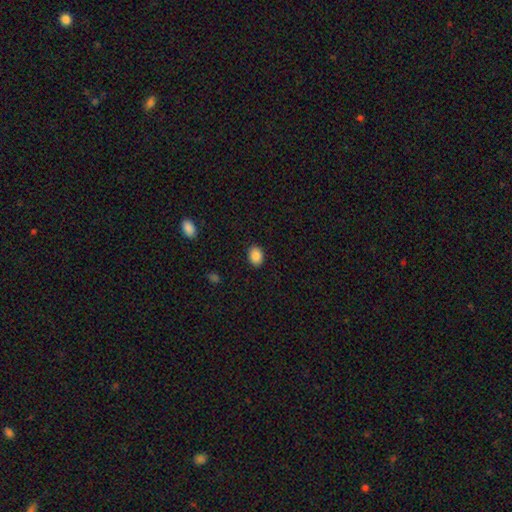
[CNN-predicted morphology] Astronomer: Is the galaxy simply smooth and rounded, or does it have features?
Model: smooth — 88%.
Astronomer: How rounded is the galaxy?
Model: in between — 64%.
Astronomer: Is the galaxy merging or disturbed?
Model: none — 89%.